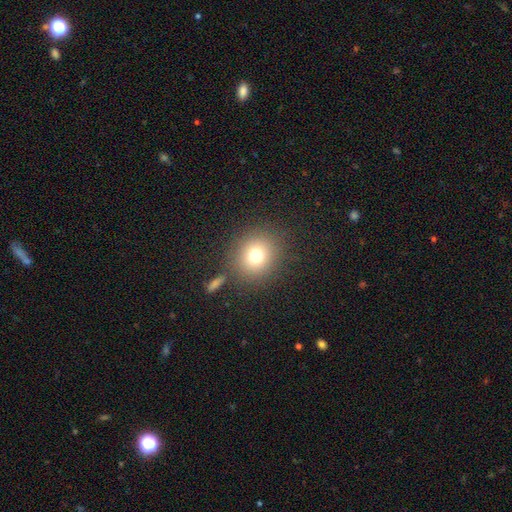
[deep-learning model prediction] Smooth or featured: smooth — 74% (star or artifact — 15%)
How rounded: round — 83% (in between — 16%)
Merging: none — 82% (minor disturbance — 8%)